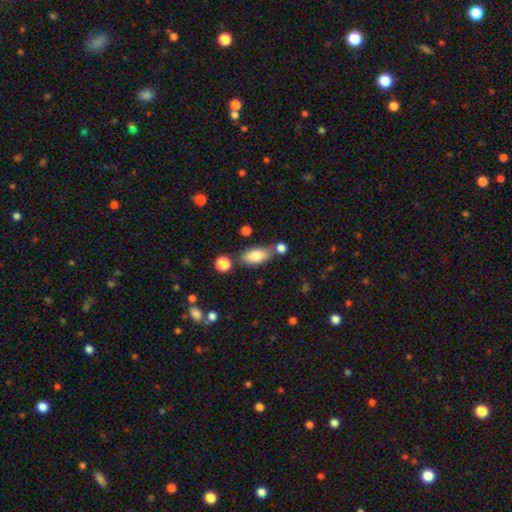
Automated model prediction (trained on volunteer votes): Smooth or featured? Predicted: smooth (p=0.82). How rounded? Predicted: in between (p=0.87). Merging? Predicted: none (p=0.68).